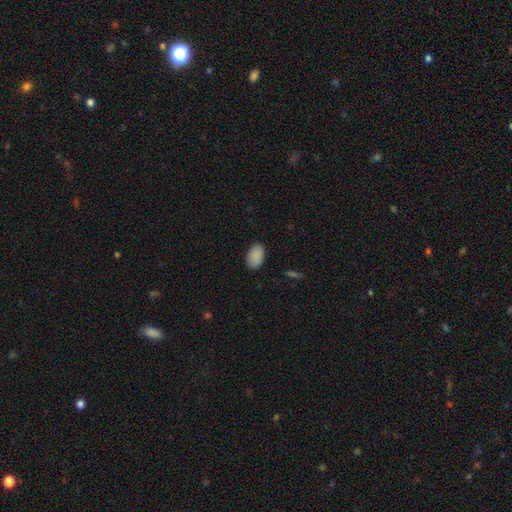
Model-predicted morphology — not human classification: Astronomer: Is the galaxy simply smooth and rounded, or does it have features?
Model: smooth — 89%.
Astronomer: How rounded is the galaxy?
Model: in between — 91%.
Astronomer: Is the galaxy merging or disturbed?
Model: none — 86%.